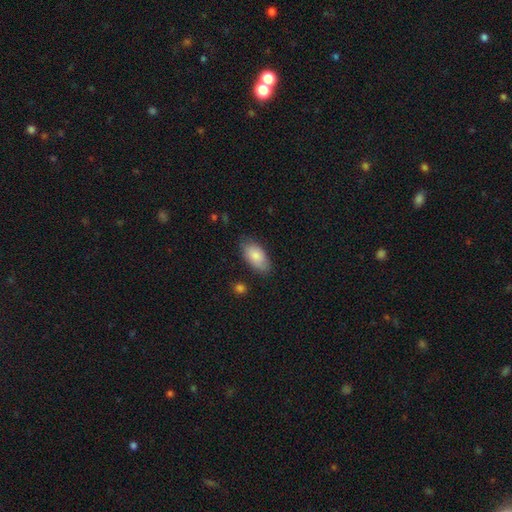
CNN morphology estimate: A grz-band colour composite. It shows a smooth galaxy with no disk features (83%) that is in between round and cigar-shaped (93%). Merging: none (77%).